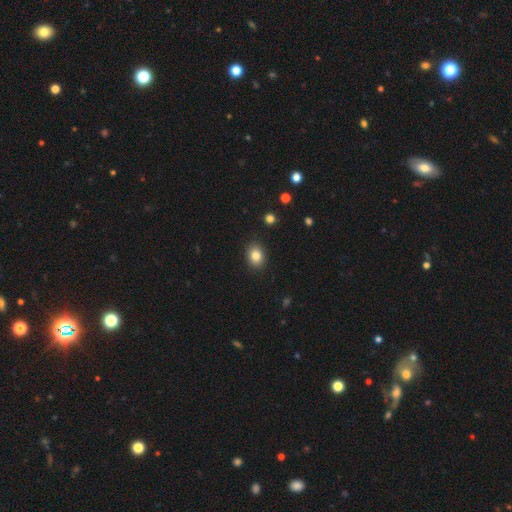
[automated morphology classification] smooth_or_featured: smooth (p=0.83) [alt: star or artifact p=0.10]
how_rounded: in between (p=0.56) [alt: round p=0.43]
merging: none (p=0.89) [alt: minor disturbance p=0.08]